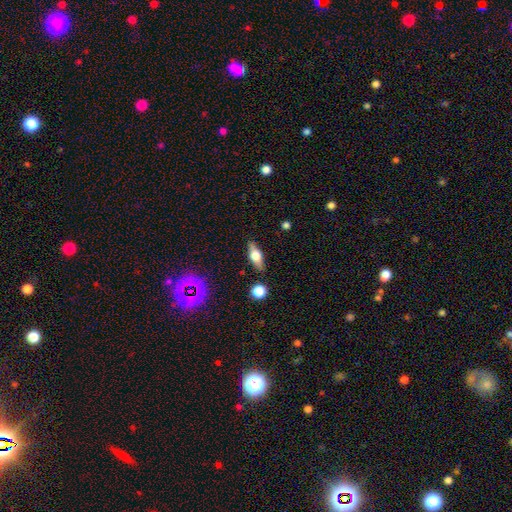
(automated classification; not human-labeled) smooth-or-featured: featured or disk: 47% | smooth: 44% | star or artifact: 9%
  merging: none: 85% | minor disturbance: 10% | major disturbance: 3% | merger: 2%